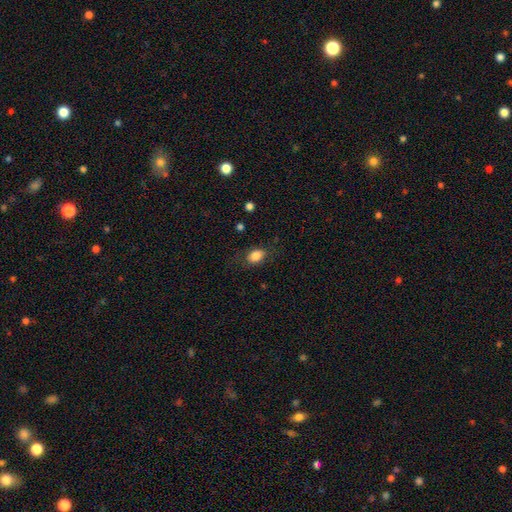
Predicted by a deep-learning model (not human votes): Morphology: type=smooth (84%); roundness=in between (74%); merging=none (77%).